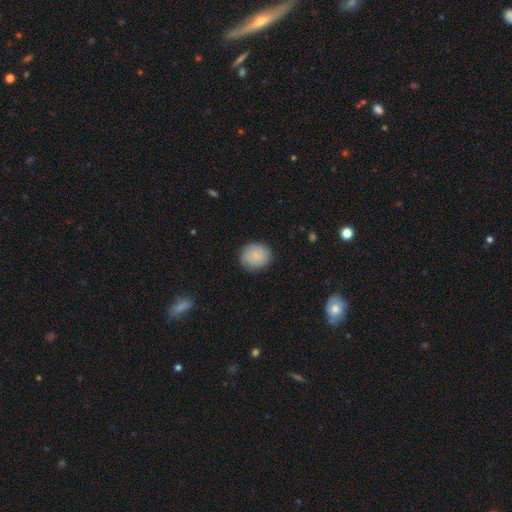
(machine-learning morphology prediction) Smooth or featured? smooth (82%)
How rounded? round (81%)
Merging? none (86%)